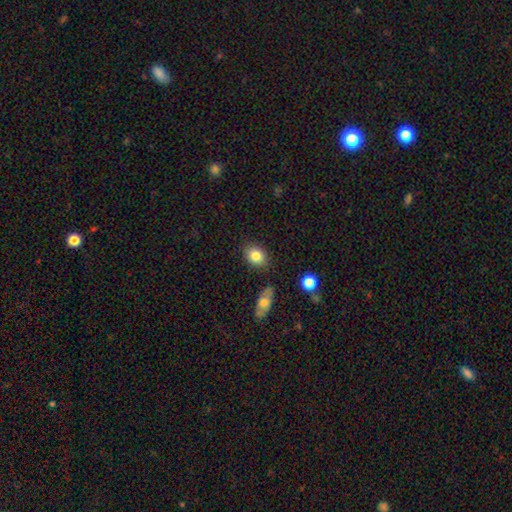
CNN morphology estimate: A smooth galaxy with no disk features (82%) that is in between round and cigar-shaped (66%).

Vote fractions:
- Smooth or featured? smooth: 82% / featured or disk: 10% / star or artifact: 8%
- How rounded? in between: 66% / round: 32% / cigar-shaped: 2%
- Merging? none: 82% / minor disturbance: 11% / merger: 4% / major disturbance: 3%